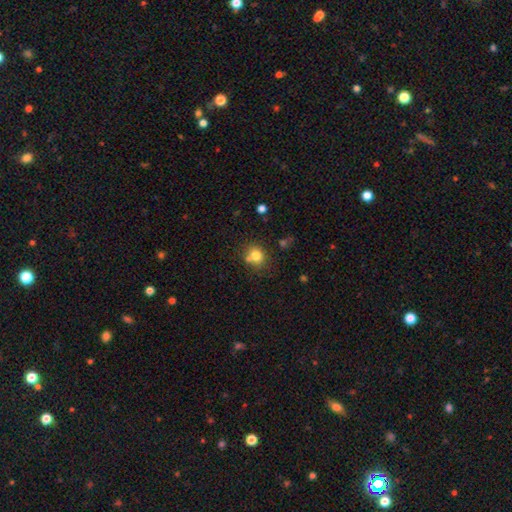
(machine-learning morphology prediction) Overall: smooth (78%). How rounded: round (71%). Merging: none (66%).